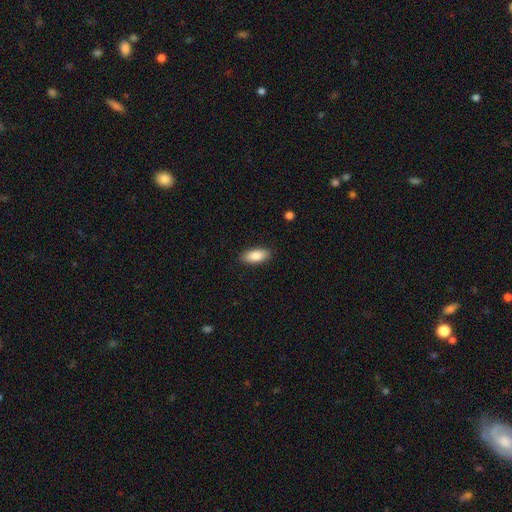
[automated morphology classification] Smooth or featured? smooth (87%)
How rounded? in between (88%)
Merging? none (88%)